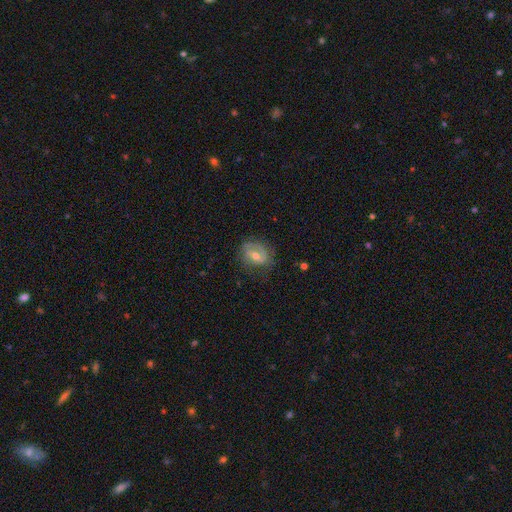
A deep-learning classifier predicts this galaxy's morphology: Overall: featured or disk (74%). Edge-on disk: no (97%). Bar: weak (47%; no 35%). Spiral arms: yes (89%). Spiral arm count: 2 (63%). Spiral winding: tight (43%; medium 40%). Bulge size: moderate (64%; small 31%). Merging: none (69%).